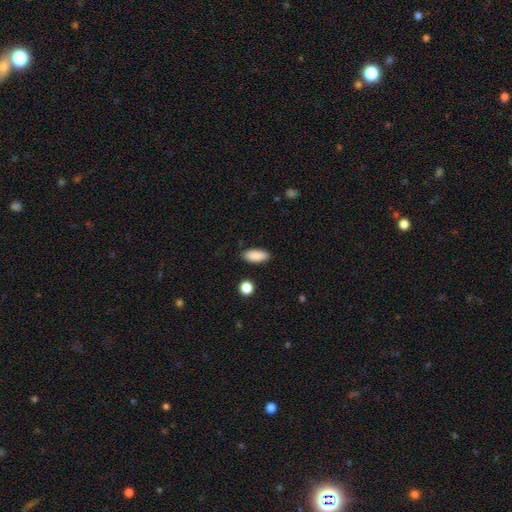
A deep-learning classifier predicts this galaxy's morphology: Overall: smooth (89%). How rounded: in between (81%). Merging: none (87%).